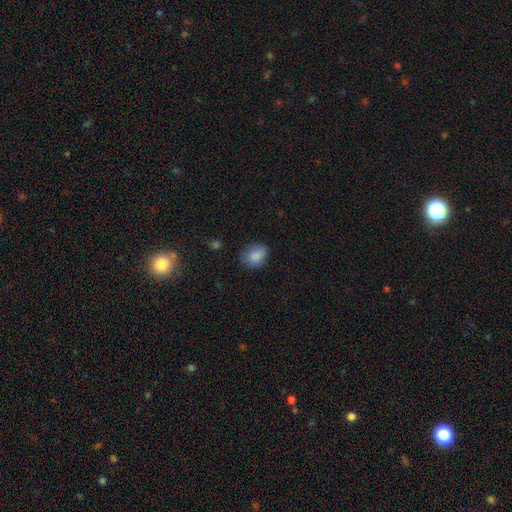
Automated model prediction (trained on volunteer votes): This is clearly a smooth galaxy (86%). How rounded: possibly in between (56%). Merging: likely none (69%).